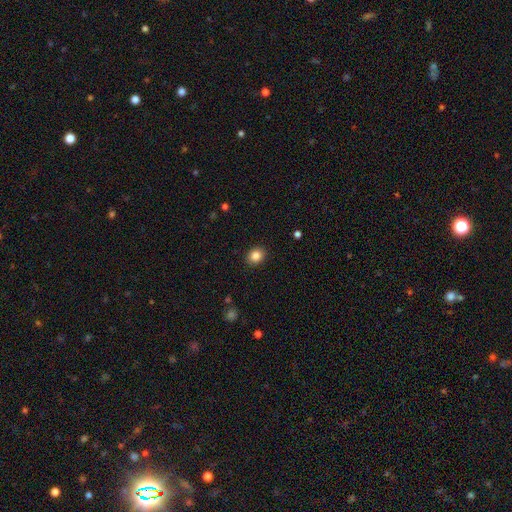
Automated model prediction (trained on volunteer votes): Smooth or featured? Predicted: smooth (p=0.86). How rounded? Predicted: round (p=0.58). Merging? Predicted: none (p=0.90).